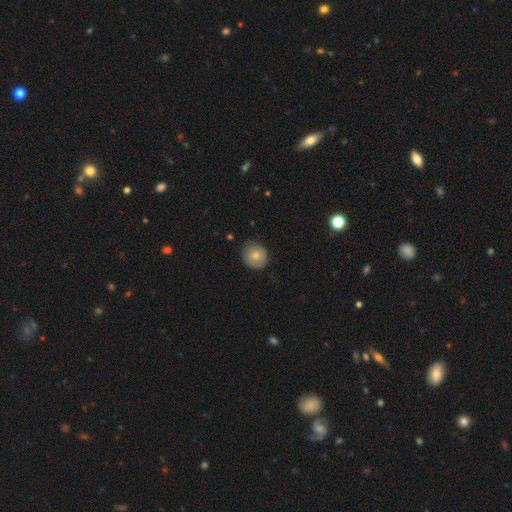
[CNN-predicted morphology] A smooth galaxy with no disk features (72%) that is round (85%). Merging: none (74%).